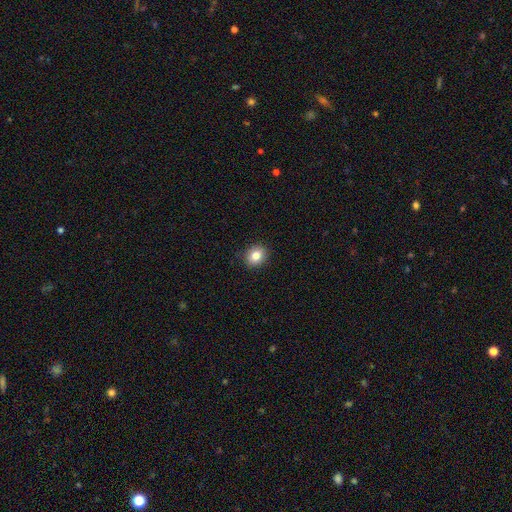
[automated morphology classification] This is clearly a smooth galaxy (82%). How rounded: likely round (68%). Merging: clearly none (90%).